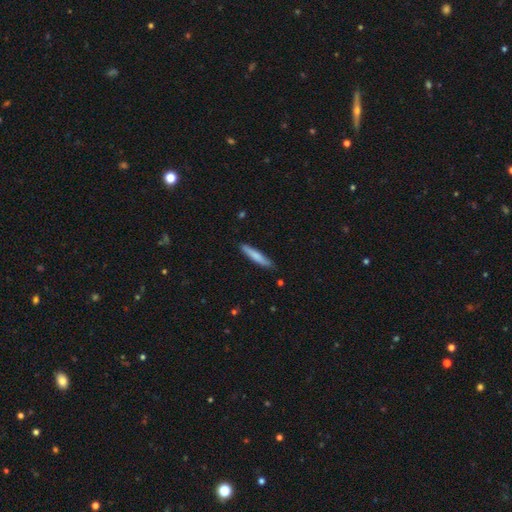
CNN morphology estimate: type=smooth (76%); roundness=cigar-shaped (91%); merging=none (86%).